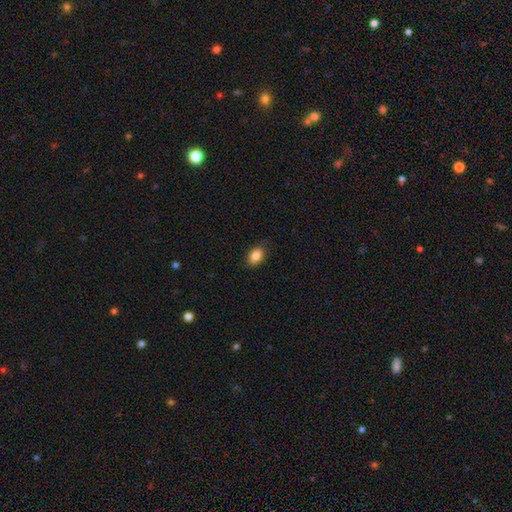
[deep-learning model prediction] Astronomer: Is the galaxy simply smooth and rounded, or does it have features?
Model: smooth — 86%.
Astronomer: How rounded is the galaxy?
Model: in between — 85%.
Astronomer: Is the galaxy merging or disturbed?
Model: none — 87%.